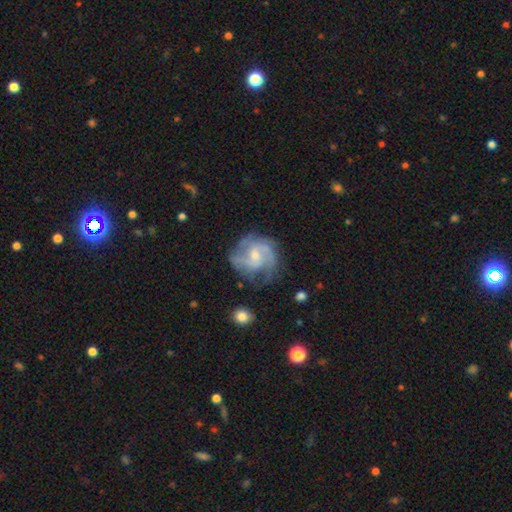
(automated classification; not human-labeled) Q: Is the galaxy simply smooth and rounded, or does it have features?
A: featured or disk — 80%.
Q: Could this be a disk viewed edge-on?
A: no — 98%.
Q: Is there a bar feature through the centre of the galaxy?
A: no — 47%.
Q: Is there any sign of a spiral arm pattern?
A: yes — 92%.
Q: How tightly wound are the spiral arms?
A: medium — 49%.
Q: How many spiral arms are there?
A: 2 — 44%.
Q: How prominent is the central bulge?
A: small — 48%.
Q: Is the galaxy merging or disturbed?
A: none — 60%.